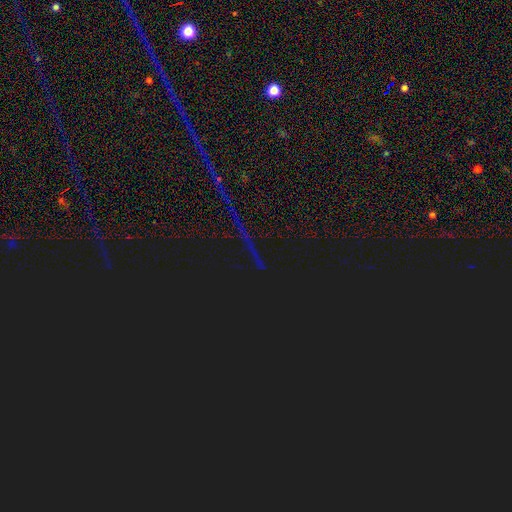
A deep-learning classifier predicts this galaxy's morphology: Smooth or featured? Predicted: star or artifact (p=0.88).